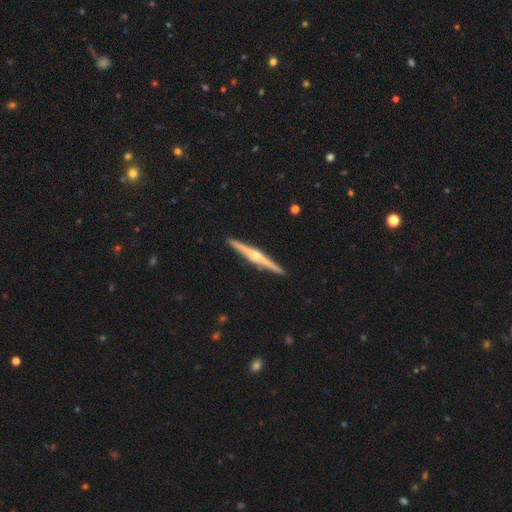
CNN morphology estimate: A featured or disk galaxy (82%) viewed edge-on (99%) with a rounded central bulge (92%). Merging: none (93%).